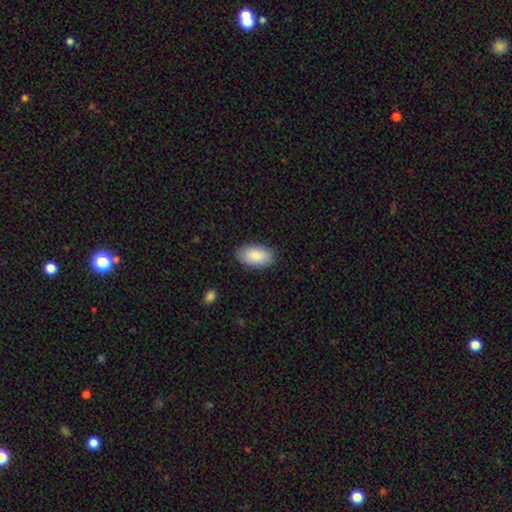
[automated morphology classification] Smooth or featured? Predicted: smooth (p=0.88). How rounded? Predicted: in between (p=0.95). Merging? Predicted: none (p=0.87).